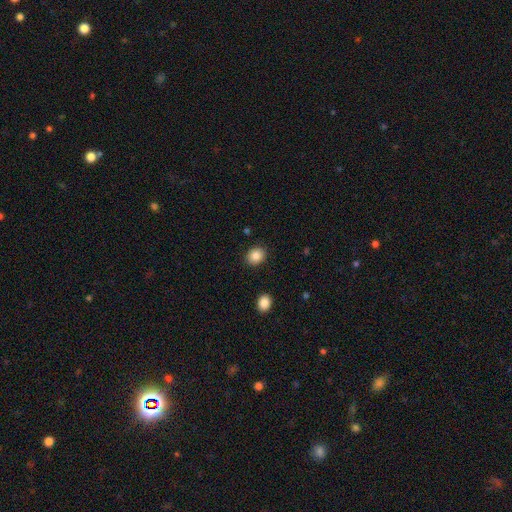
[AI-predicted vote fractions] Smooth or featured? Predicted: smooth (p=0.86). How rounded? Predicted: round (p=0.57). Merging? Predicted: none (p=0.89).